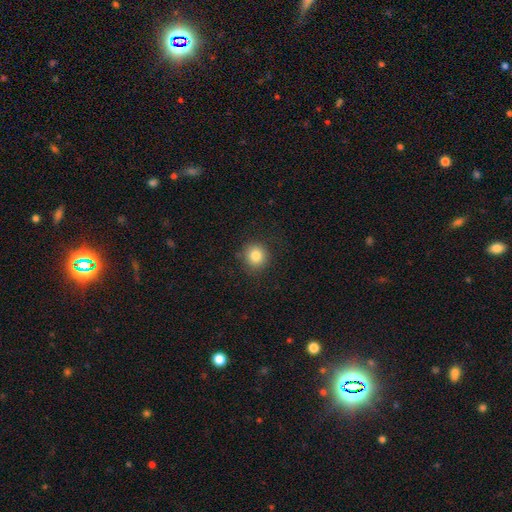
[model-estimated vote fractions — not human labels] Morphology: type=smooth (83%); roundness=round (90%); merging=none (87%).